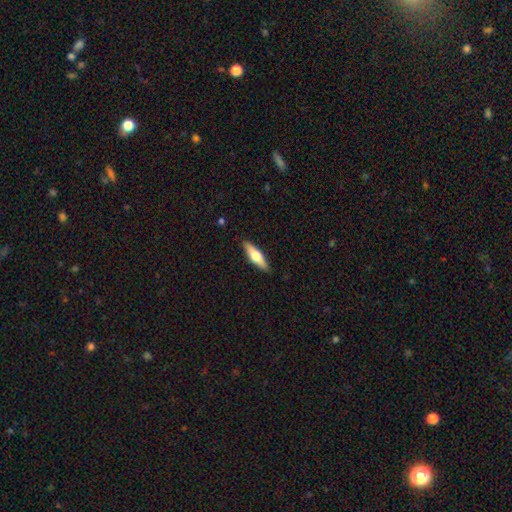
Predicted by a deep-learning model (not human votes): Smooth or featured? smooth (51%)
How rounded? cigar-shaped (57%)
Merging? none (89%)